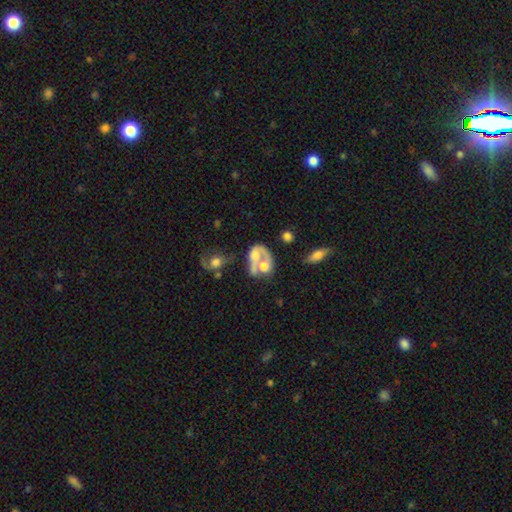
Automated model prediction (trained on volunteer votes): featured or disk 51%, smooth 40%, star or artifact 9%. Down the decision tree: edge-on disk — no (96%); merging — merger (58%).